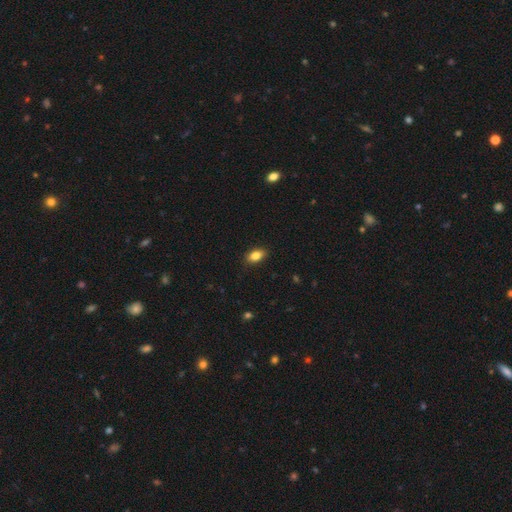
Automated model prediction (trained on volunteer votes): smooth 84%, star or artifact 8%, featured or disk 7%. Down the decision tree: how rounded — in between (88%); merging — none (87%).